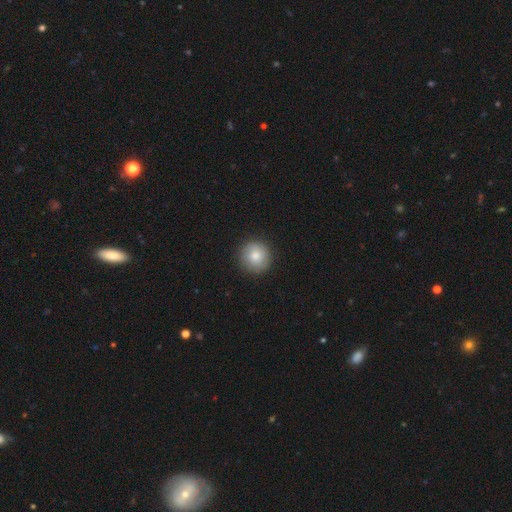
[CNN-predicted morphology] A smooth galaxy with no disk features (79%) that is round (95%). Merging: none (89%).